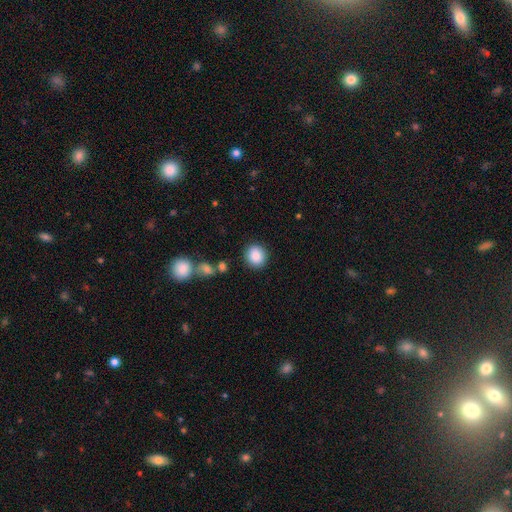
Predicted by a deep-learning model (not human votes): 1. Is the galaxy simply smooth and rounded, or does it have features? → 88% smooth, 8% star or artifact, 4% featured or disk.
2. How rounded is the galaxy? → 83% round, 15% in between, 1% cigar-shaped.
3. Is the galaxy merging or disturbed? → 87% none, 8% minor disturbance, 3% merger, 3% major disturbance.